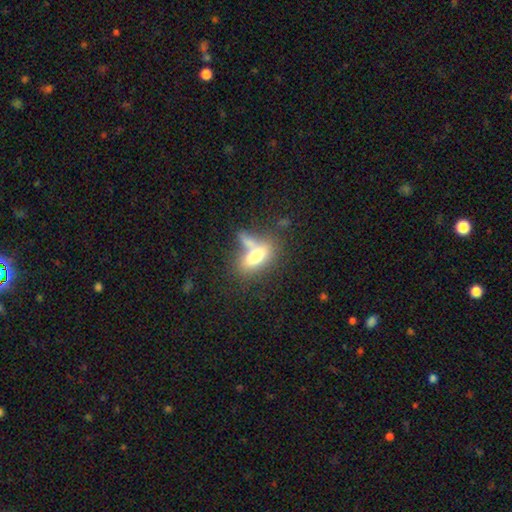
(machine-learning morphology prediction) A smooth galaxy with no disk features (69%) that is in between round and cigar-shaped (81%).

Vote fractions:
- Smooth or featured? smooth: 69% / featured or disk: 23% / star or artifact: 8%
- How rounded? in between: 81% / cigar-shaped: 12% / round: 7%
- Merging? none: 39% / merger: 36% / minor disturbance: 14% / major disturbance: 10%